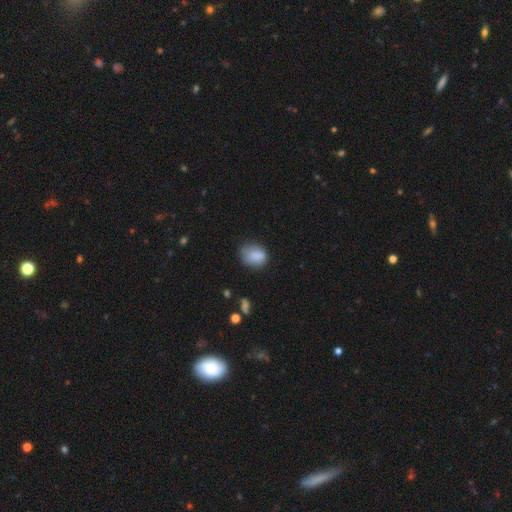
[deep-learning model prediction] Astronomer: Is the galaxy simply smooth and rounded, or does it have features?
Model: smooth — 82%.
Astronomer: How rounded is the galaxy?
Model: in between — 56% (runner-up: round, 43%).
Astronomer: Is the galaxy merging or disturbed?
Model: none — 57%.